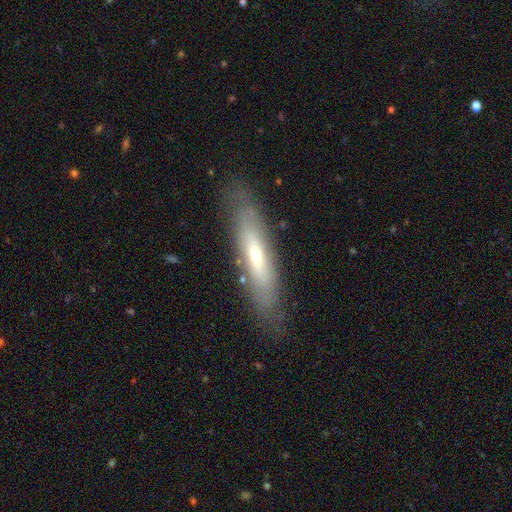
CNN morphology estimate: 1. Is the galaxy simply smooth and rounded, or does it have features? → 47% smooth, 45% featured or disk, 8% star or artifact.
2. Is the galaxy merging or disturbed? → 80% none, 13% minor disturbance, 5% major disturbance, 2% merger.